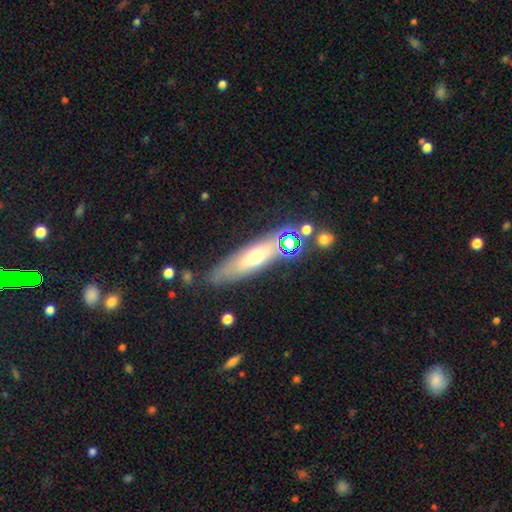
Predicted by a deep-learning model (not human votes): This is possibly a smooth galaxy (46%). Merging: likely none (75%).